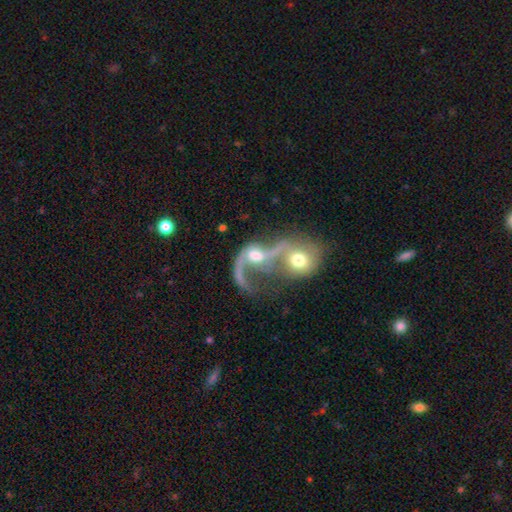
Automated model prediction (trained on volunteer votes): The model was most divided on "spiral arm count": 2: 56%, 1: 34%, can't tell: 6%, 3: 1%, 4: 1%, more than 4: 1%. More confident: edge-on disk — no (96%); spiral arms — yes (80%); spiral winding — loose (79%); merging — merger (71%); smooth or featured — featured or disk (70%); bulge size — moderate (60%); bar — no (56%).